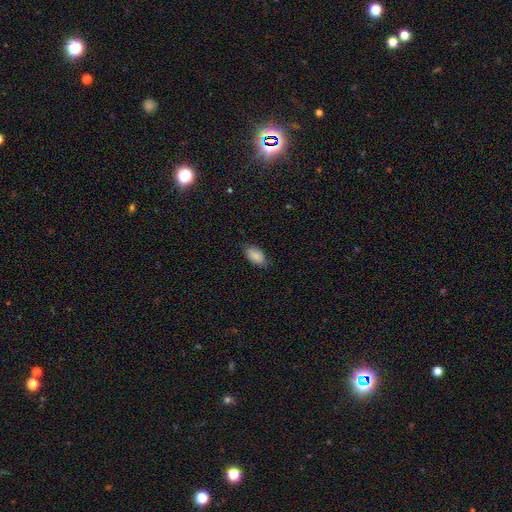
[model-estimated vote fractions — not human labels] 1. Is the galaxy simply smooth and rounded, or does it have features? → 85% smooth, 8% featured or disk, 7% star or artifact.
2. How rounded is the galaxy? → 93% in between, 5% round, 2% cigar-shaped.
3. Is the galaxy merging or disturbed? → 76% none, 20% minor disturbance, 4% major disturbance, 1% merger.